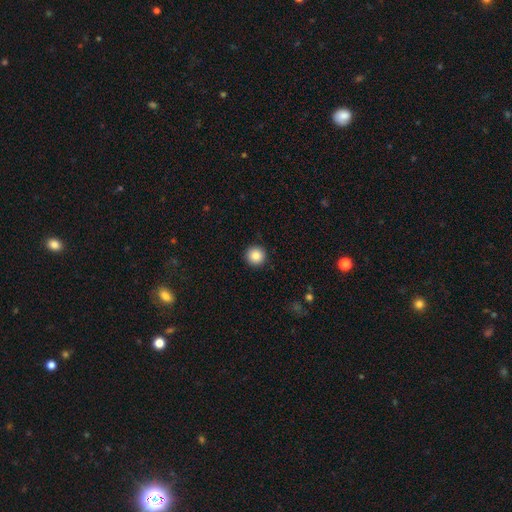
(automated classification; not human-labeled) smooth_or_featured: smooth (p=0.85) [alt: star or artifact p=0.09]
how_rounded: round (p=0.96) [alt: in between p=0.03]
merging: none (p=0.93) [alt: minor disturbance p=0.05]